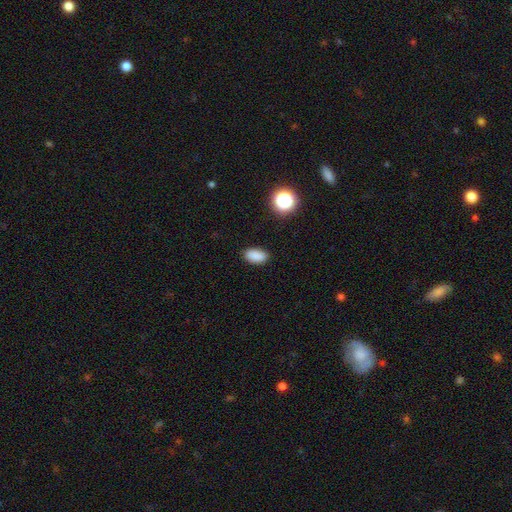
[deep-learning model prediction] Smooth or featured? smooth (86%)
How rounded? in between (91%)
Merging? none (87%)